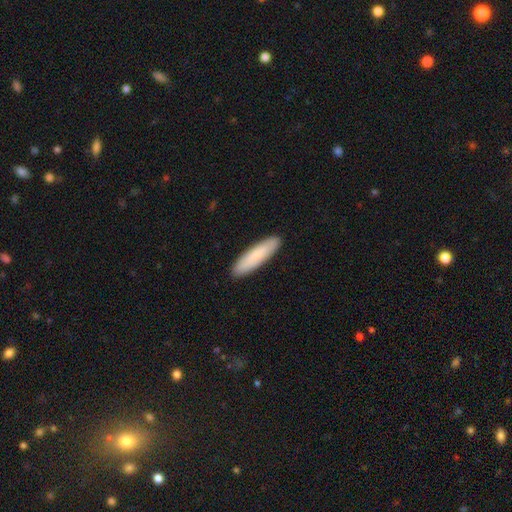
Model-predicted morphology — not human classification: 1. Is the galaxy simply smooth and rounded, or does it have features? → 83% smooth, 12% featured or disk, 5% star or artifact.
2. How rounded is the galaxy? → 77% cigar-shaped, 22% in between, 1% round.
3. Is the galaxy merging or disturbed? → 91% none, 7% minor disturbance, 1% major disturbance, 1% merger.